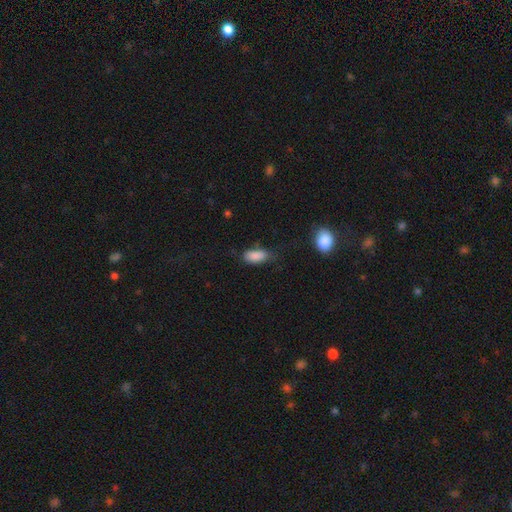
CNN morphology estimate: This appears to be a smooth galaxy with no disk features (86%) that is in between round and cigar-shaped (89%). Merging: none (59%).